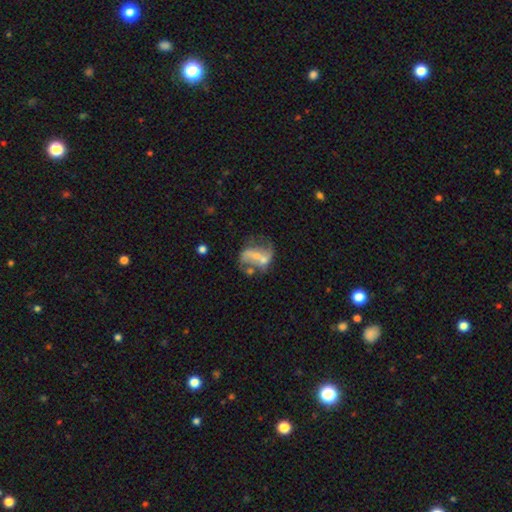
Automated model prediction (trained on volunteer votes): Smooth or featured: featured or disk — 68% (smooth — 22%)
Edge-on disk: no — 97% (yes — 3%)
Bar: no — 42% (weak — 34%)
Spiral arms: yes — 64% (no — 36%)
Bulge size: small — 43% (moderate — 27%)
Merging: none — 31% (merger — 25%)